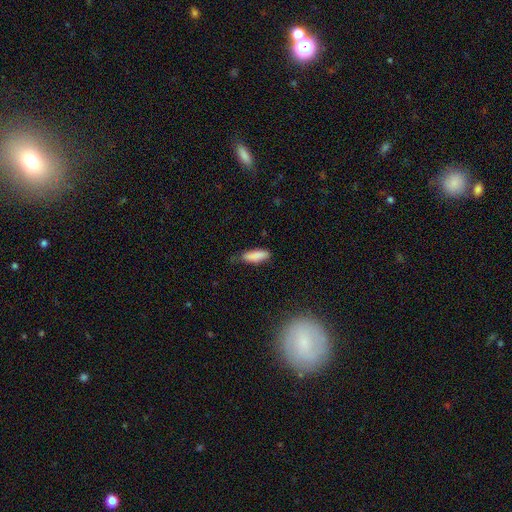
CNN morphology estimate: This appears to be a smooth galaxy with no disk features (87%) that is in between round and cigar-shaped (50%). Merging: none (69%).